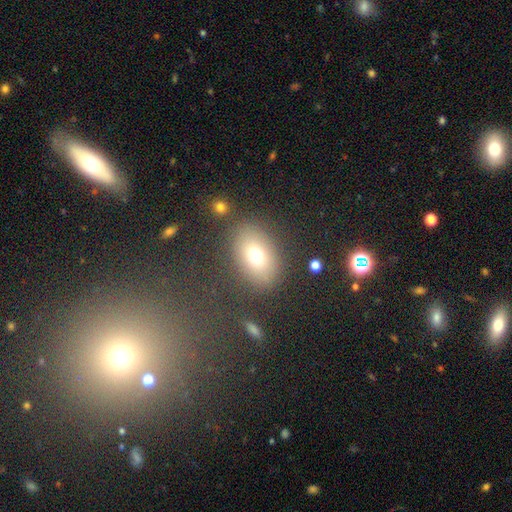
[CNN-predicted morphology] This appears to be a smooth galaxy with no disk features (72%) that is in between round and cigar-shaped (77%). Merging: none (82%).